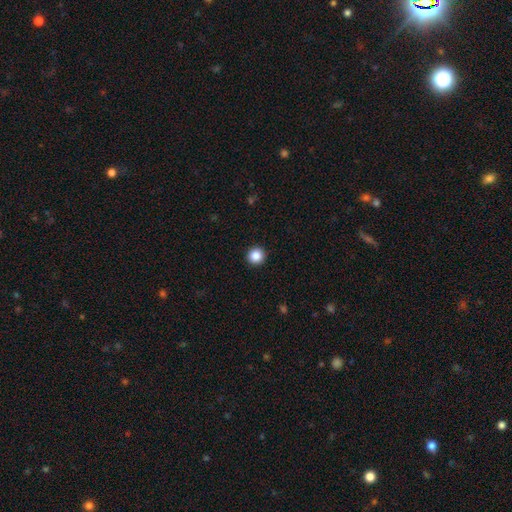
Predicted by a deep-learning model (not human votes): A smooth galaxy with no disk features (86%) that is round (95%). Merging: none (94%).